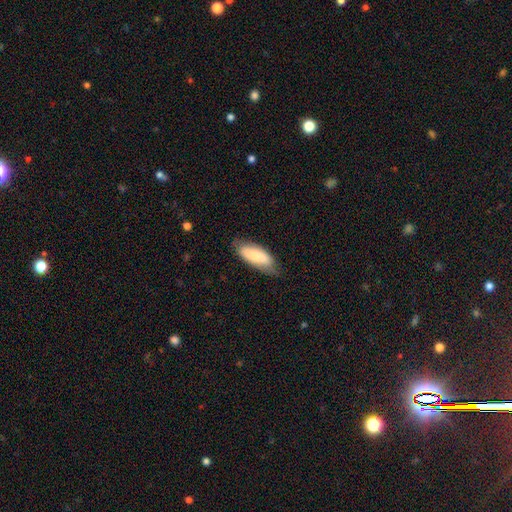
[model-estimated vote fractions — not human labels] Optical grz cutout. It shows a smooth galaxy with no disk features (76%) that is in between round and cigar-shaped (73%). Merging: none (68%).